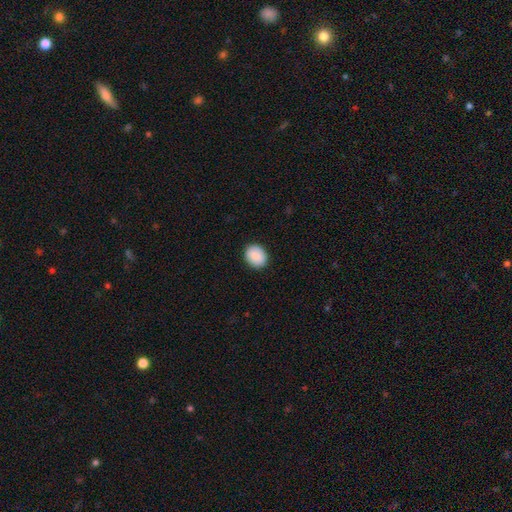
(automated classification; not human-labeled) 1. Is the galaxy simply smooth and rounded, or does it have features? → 88% smooth, 7% star or artifact, 5% featured or disk.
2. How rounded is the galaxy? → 57% round, 43% in between, 1% cigar-shaped.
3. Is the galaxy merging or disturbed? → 89% none, 8% minor disturbance, 2% major disturbance, 1% merger.